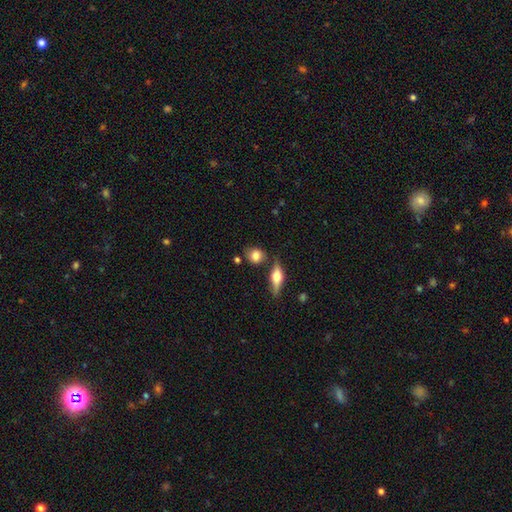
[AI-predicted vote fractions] smooth 76%, featured or disk 15%, star or artifact 8%. Down the decision tree: how rounded — round (62%); merging — none (70%).